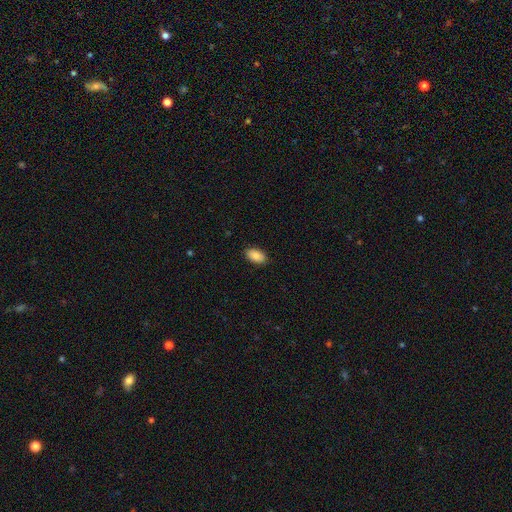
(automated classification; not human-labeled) smooth-or-featured: smooth: 89% | star or artifact: 7% | featured or disk: 5%
  how-rounded: in between: 94% | round: 4% | cigar-shaped: 2%
  merging: none: 89% | minor disturbance: 8% | major disturbance: 2% | merger: 1%